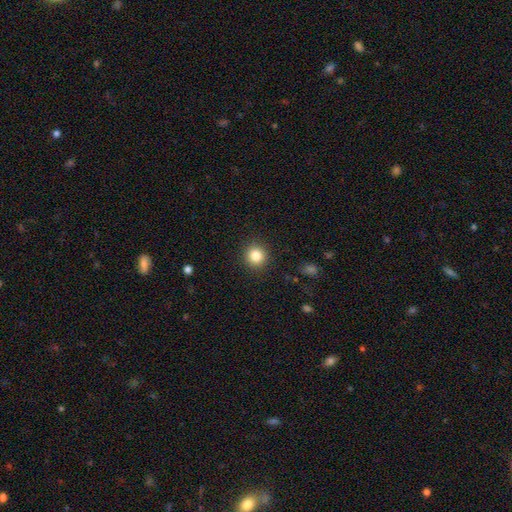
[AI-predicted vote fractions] A smooth galaxy with no disk features (84%) that is round (92%).

Vote fractions:
- Smooth or featured? smooth: 84% / star or artifact: 11% / featured or disk: 6%
- How rounded? round: 92% / in between: 7% / cigar-shaped: 1%
- Merging? none: 91% / minor disturbance: 6% / major disturbance: 2% / merger: 1%